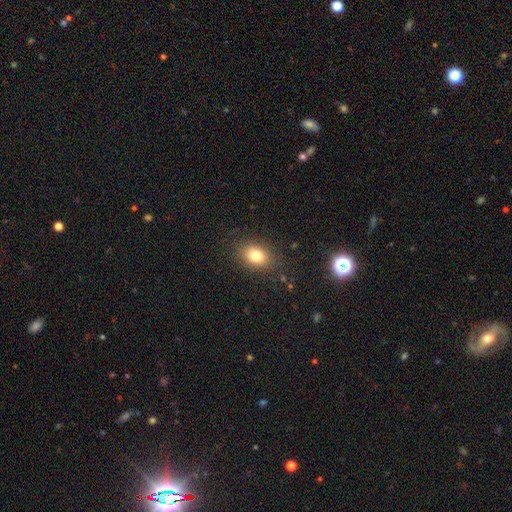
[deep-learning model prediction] This is likely a smooth galaxy (79%). How rounded: likely in between (64%). Merging: clearly none (85%).